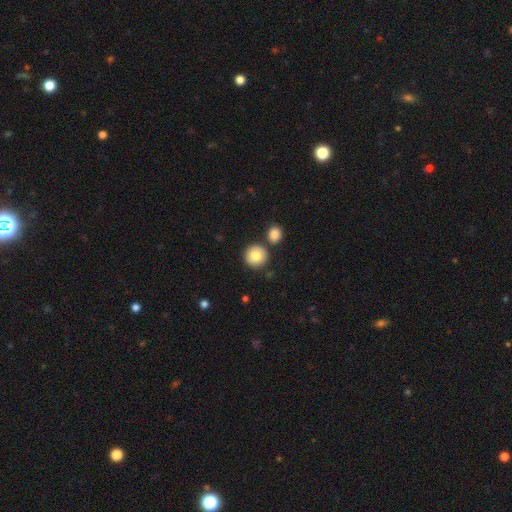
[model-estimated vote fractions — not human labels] Smooth or featured?
  - smooth: 81% *
  - featured or disk: 11%
  - star or artifact: 8%
How rounded?
  - round: 93% *
  - in between: 6%
  - cigar-shaped: 1%
Merging?
  - none: 80% *
  - merger: 10%
  - minor disturbance: 8%
  - major disturbance: 2%